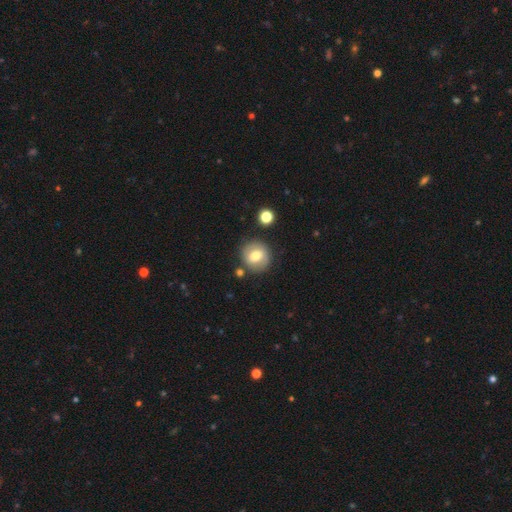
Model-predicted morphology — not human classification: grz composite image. It shows a smooth galaxy with no disk features (63%) that is round (86%). Merging: none (81%).